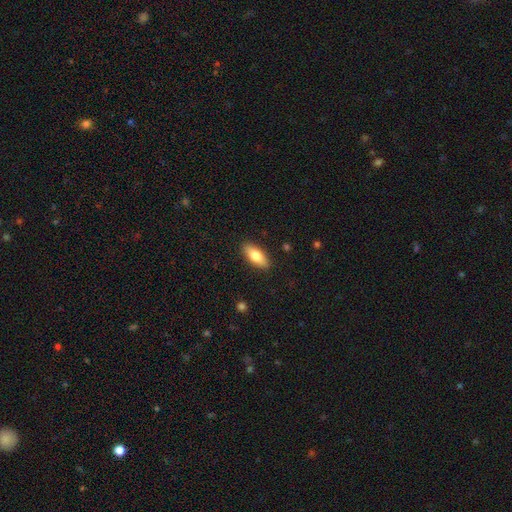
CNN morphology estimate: Smooth or featured? Predicted: smooth (p=0.78). How rounded? Predicted: in between (p=0.77). Merging? Predicted: none (p=0.89).